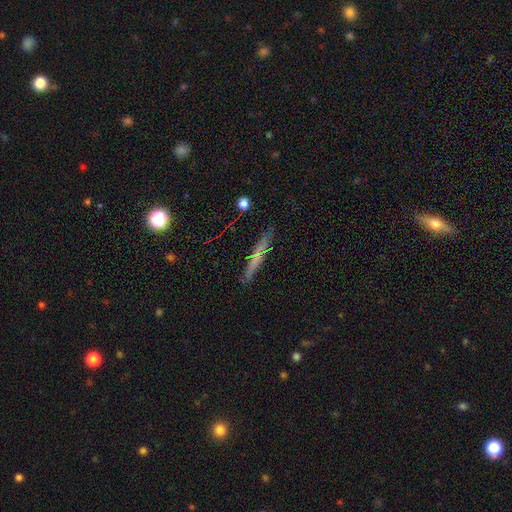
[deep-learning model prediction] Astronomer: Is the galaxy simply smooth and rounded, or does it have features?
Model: smooth — 52% (runner-up: featured or disk, 40%).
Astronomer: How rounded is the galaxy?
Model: cigar-shaped — 94%.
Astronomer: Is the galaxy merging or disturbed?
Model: none — 88%.